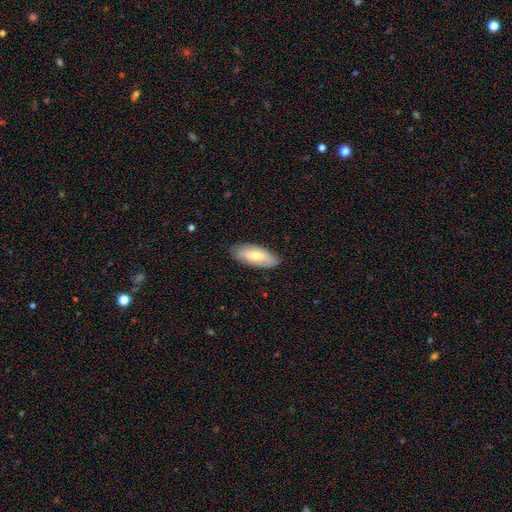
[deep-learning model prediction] A smooth galaxy with no disk features (59%) that is in between round and cigar-shaped (75%). Merging: none (84%).